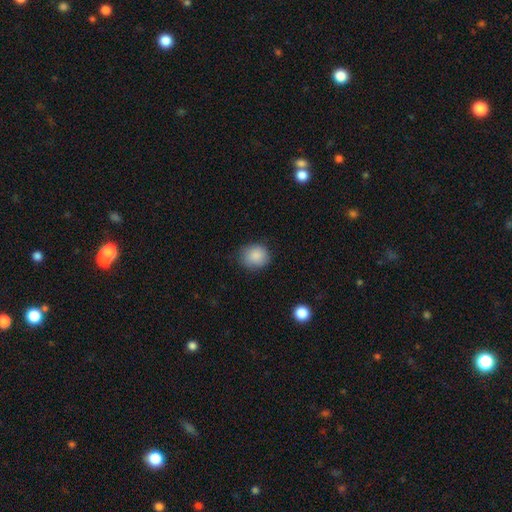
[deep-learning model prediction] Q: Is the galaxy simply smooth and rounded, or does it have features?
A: smooth — 87%.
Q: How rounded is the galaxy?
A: round — 74%.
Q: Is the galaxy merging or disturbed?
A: none — 77%.